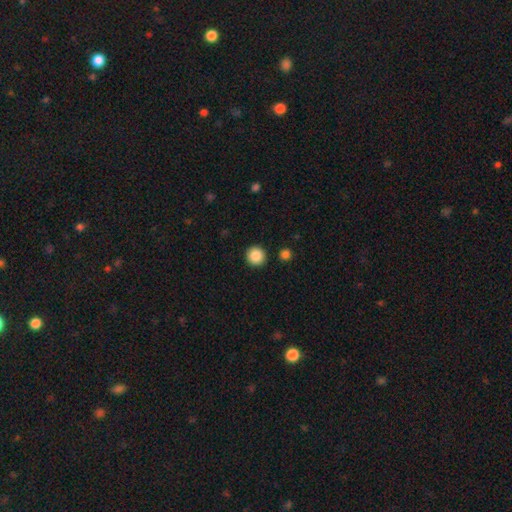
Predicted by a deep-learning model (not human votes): smooth-or-featured: smooth: 88% | star or artifact: 9% | featured or disk: 3%
  how-rounded: round: 96% | in between: 3% | cigar-shaped: 1%
  merging: none: 92% | minor disturbance: 5% | merger: 2% | major disturbance: 2%